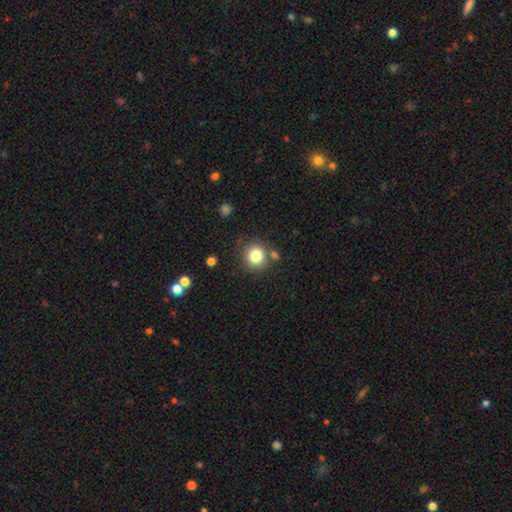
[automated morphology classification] Smooth or featured? Predicted: smooth (p=0.81). How rounded? Predicted: round (p=0.86). Merging? Predicted: none (p=0.78).